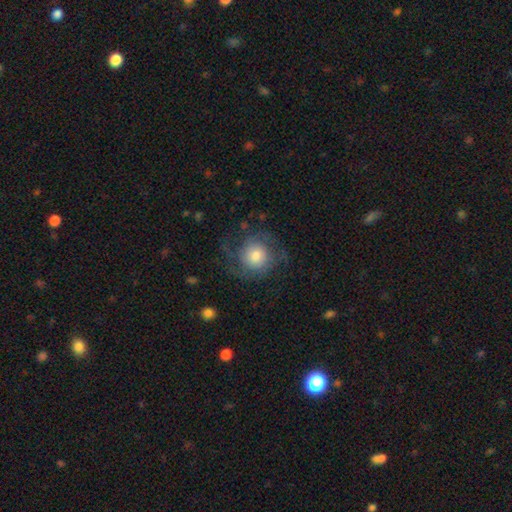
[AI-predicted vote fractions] Smooth or featured?
  - featured or disk: 53% *
  - smooth: 39%
  - star or artifact: 8%
Edge-on disk?
  - no: 97% *
  - yes: 3%
Bar?
  - no: 78% *
  - weak: 19%
  - strong: 3%
Spiral arms?
  - yes: 86% *
  - no: 14%
Bulge size?
  - moderate: 49% *
  - large: 25%
  - small: 18%
  - dominant: 4%
  - none: 3%
Merging?
  - none: 62% *
  - major disturbance: 19%
  - minor disturbance: 17%
  - merger: 1%